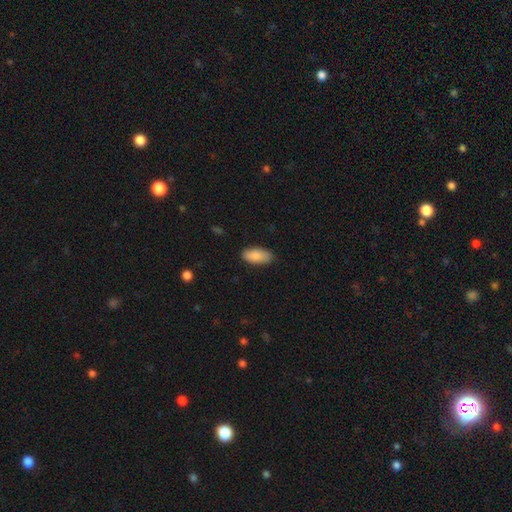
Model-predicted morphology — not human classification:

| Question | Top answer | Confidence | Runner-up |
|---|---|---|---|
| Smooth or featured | smooth | 88% | star or artifact (6%) |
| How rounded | in between | 91% | cigar-shaped (7%) |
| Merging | none | 85% | minor disturbance (12%) |